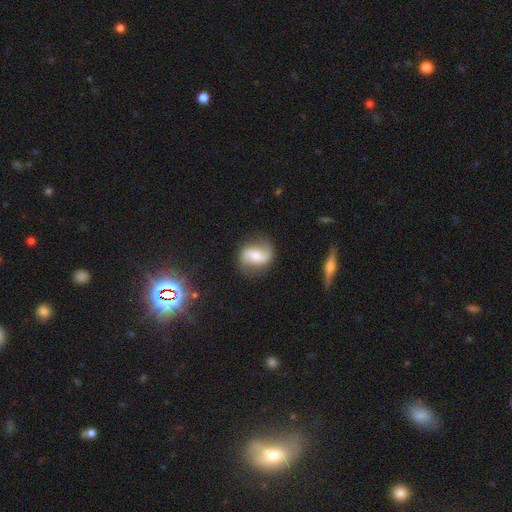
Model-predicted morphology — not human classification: Smooth or featured? Predicted: featured or disk (p=0.75). Edge-on disk? Predicted: no (p=0.97). Bar? Predicted: no (p=0.42). Spiral arms? Predicted: yes (p=0.94). Spiral winding? Predicted: loose (p=0.62). Spiral arm count? Predicted: 2 (p=0.92). Bulge size? Predicted: moderate (p=0.52). Merging? Predicted: none (p=0.79).